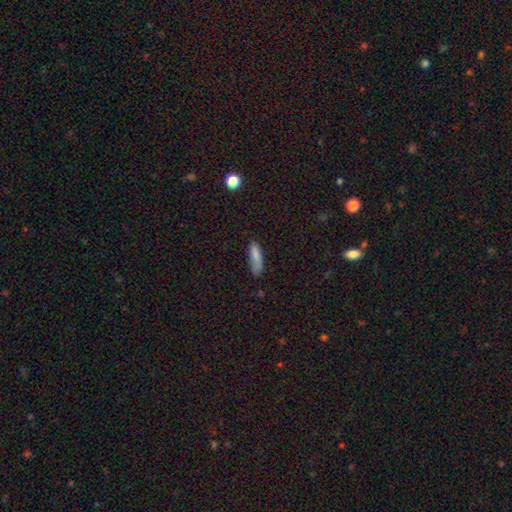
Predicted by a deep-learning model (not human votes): Morphology: type=smooth (82%); roundness=cigar-shaped (55%); merging=none (57%).